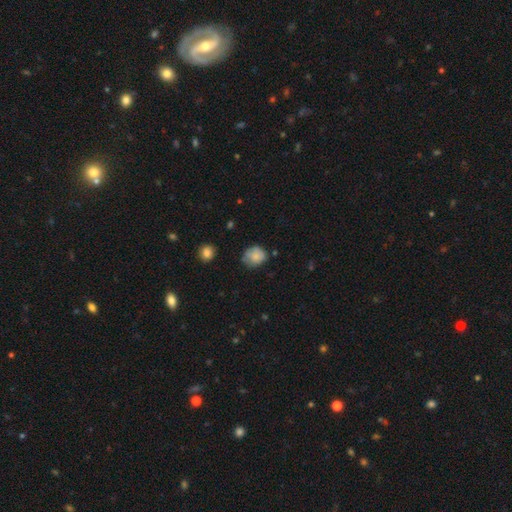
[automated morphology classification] Smooth or featured? Predicted: smooth (p=0.78). How rounded? Predicted: round (p=0.62). Merging? Predicted: none (p=0.59).